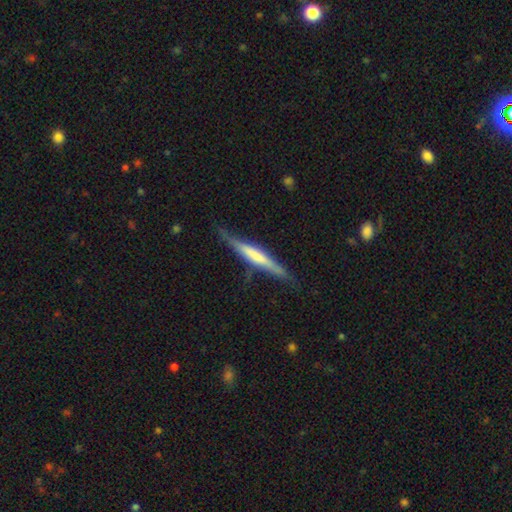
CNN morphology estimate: smooth_or_featured: featured or disk (p=0.65) [alt: smooth p=0.29]
disk_edge_on: yes (p=0.96) [alt: no p=0.04]
edge_on_bulge: rounded (p=0.40) [alt: none p=0.34]
merging: none (p=0.82) [alt: minor disturbance p=0.14]